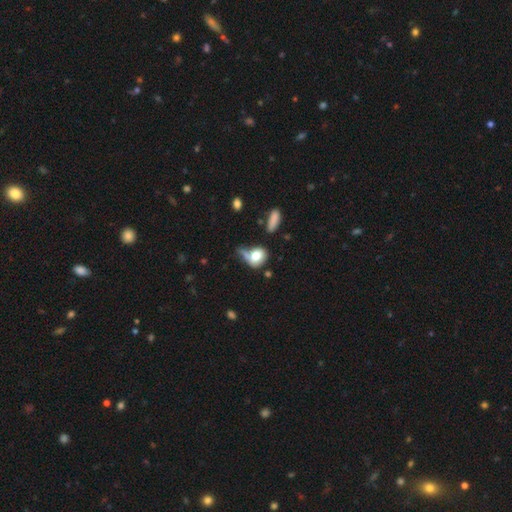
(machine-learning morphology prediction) smooth 72%, featured or disk 18%, star or artifact 9%. Down the decision tree: how rounded — round (49%); merging — none (32%).